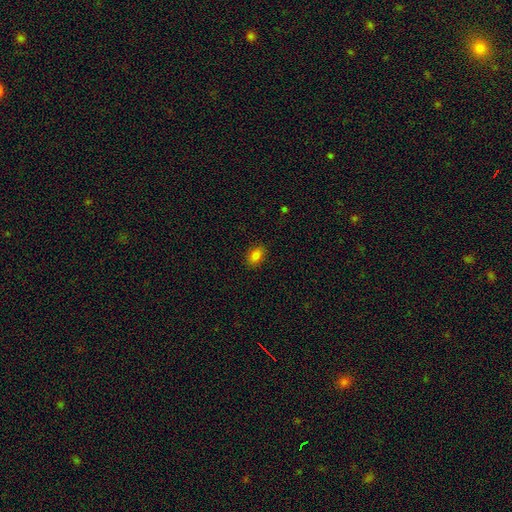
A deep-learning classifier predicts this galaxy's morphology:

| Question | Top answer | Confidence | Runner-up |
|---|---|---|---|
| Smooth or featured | smooth | 83% | star or artifact (11%) |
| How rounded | in between | 83% | round (15%) |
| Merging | none | 88% | minor disturbance (9%) |